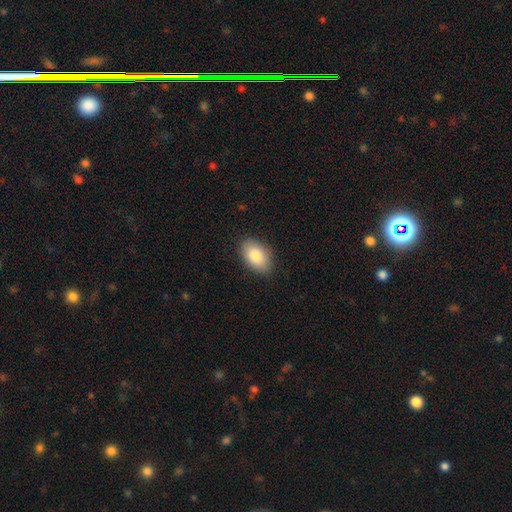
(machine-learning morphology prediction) Smooth or featured? Predicted: smooth (p=0.84). How rounded? Predicted: in between (p=0.92). Merging? Predicted: none (p=0.86).